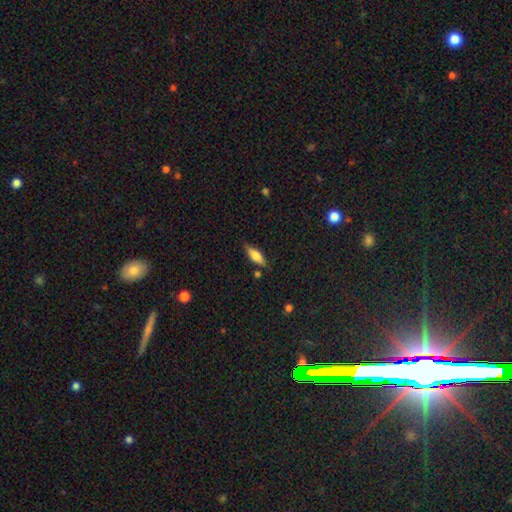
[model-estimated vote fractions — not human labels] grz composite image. It shows a smooth galaxy with no disk features (64%) that is in between round and cigar-shaped (55%). Merging: none (78%).